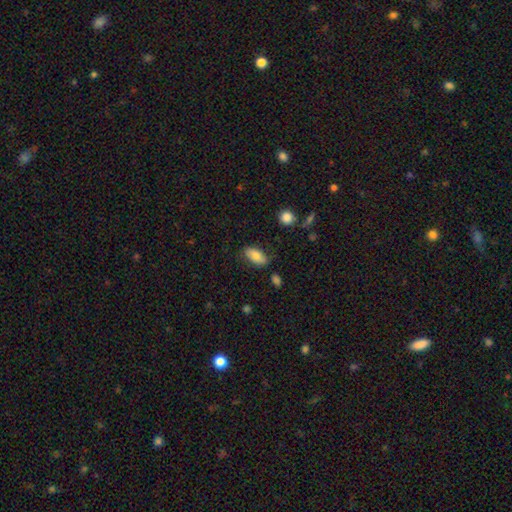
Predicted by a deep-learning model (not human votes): smooth_or_featured: smooth (p=0.77) [alt: featured or disk p=0.16]
how_rounded: in between (p=0.91) [alt: cigar-shaped p=0.06]
merging: none (p=0.75) [alt: minor disturbance p=0.18]